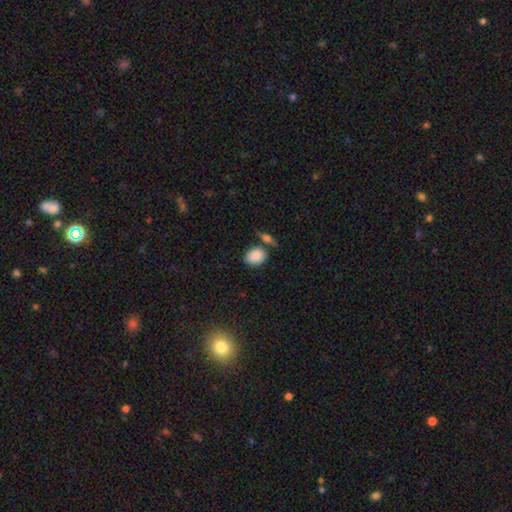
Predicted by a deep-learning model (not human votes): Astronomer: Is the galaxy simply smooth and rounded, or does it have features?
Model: smooth — 87%.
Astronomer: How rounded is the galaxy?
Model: in between — 61% (runner-up: round, 37%).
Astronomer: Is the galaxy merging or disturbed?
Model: none — 62%.